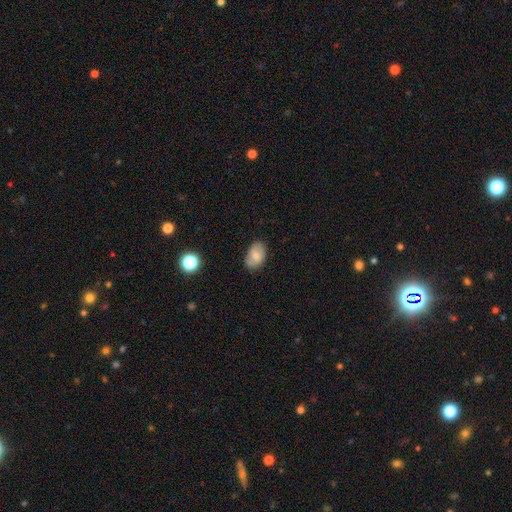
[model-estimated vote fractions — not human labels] Smooth or featured? Predicted: smooth (p=0.71). How rounded? Predicted: in between (p=0.87). Merging? Predicted: none (p=0.75).